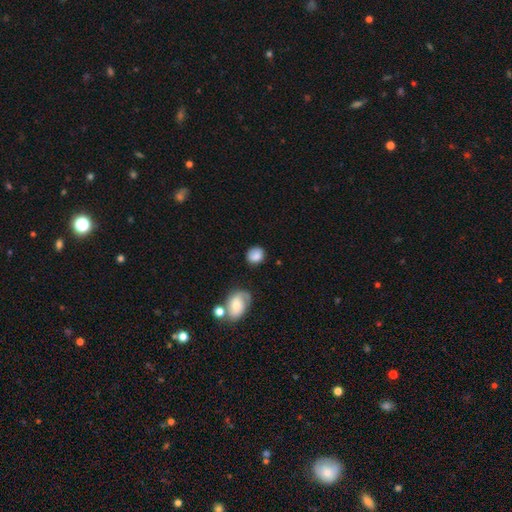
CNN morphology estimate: This appears to be a smooth galaxy with no disk features (81%) that is round (69%). Merging: none (73%).